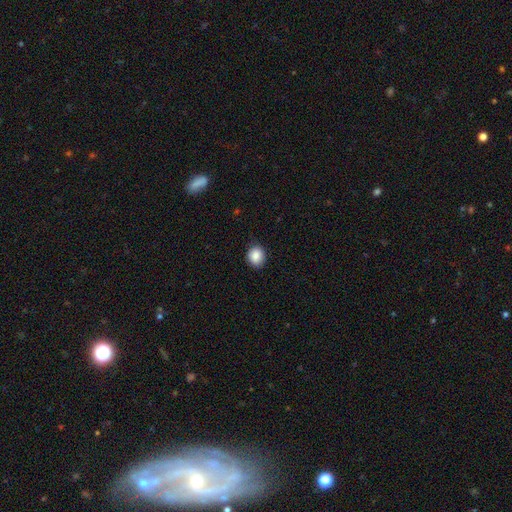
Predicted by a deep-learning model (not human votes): smooth-or-featured: smooth: 88% | star or artifact: 8% | featured or disk: 4%
  how-rounded: round: 62% | in between: 37% | cigar-shaped: 1%
  merging: none: 87% | minor disturbance: 10% | major disturbance: 2% | merger: 1%